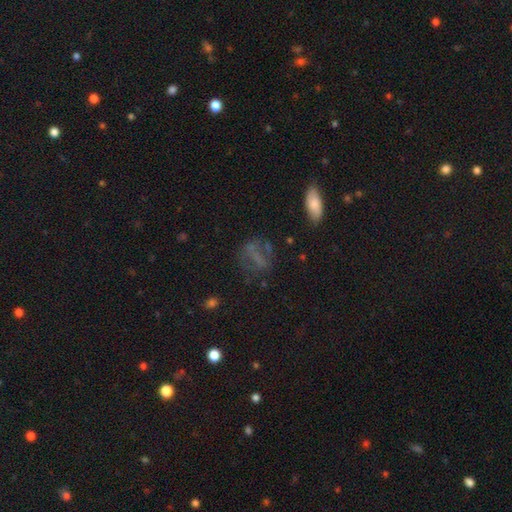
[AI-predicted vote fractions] Q: Smooth or featured?
A: smooth (41%); runner-up: featured or disk (36%)
Q: Merging?
A: none (56%); runner-up: major disturbance (21%)